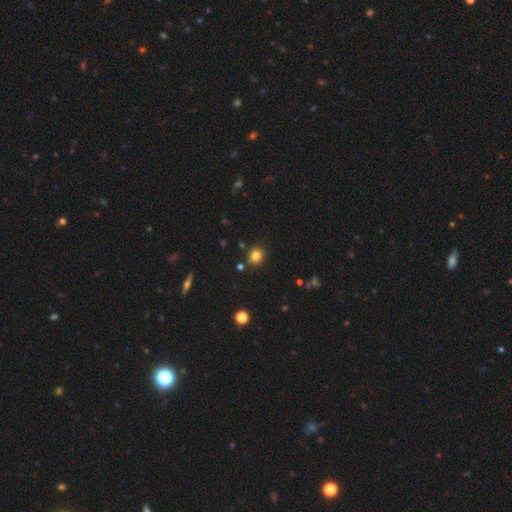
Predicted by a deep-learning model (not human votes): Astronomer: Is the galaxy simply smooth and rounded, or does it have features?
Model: smooth — 81%.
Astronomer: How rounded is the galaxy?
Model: round — 69%.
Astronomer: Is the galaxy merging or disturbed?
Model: none — 84%.